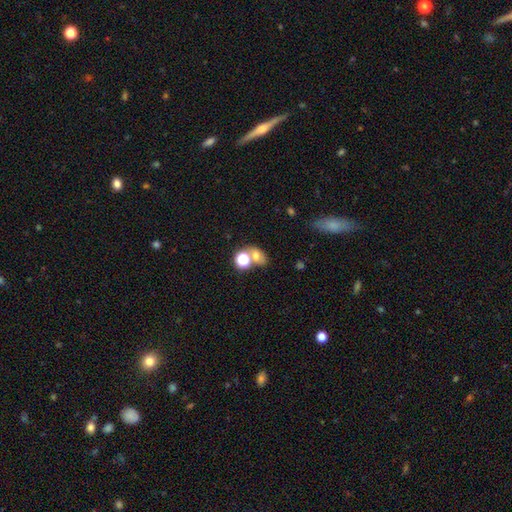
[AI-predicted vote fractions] A smooth galaxy with no disk features (63%) that is in between round and cigar-shaped (60%). Merging: none (45%).